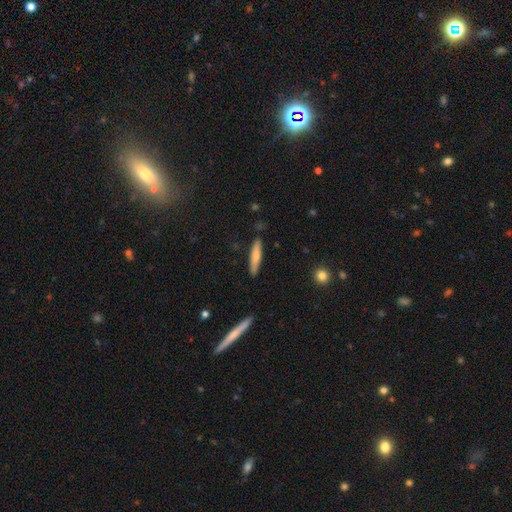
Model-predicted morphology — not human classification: A smooth galaxy with no disk features (70%) that is cigar-shaped (89%). Merging: none (87%).